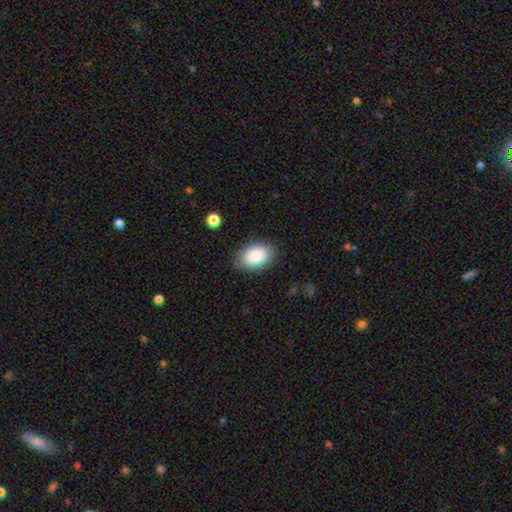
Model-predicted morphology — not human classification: Q: Smooth or featured?
A: smooth (87%); runner-up: star or artifact (7%)
Q: How rounded?
A: in between (89%); runner-up: round (10%)
Q: Merging?
A: none (84%); runner-up: minor disturbance (12%)